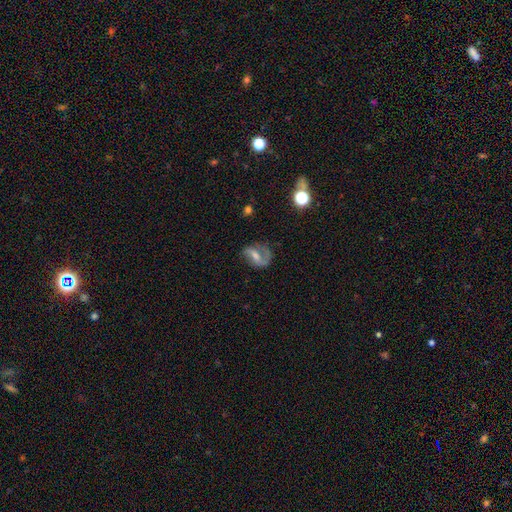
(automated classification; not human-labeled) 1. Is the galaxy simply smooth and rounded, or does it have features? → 69% featured or disk, 21% smooth, 10% star or artifact.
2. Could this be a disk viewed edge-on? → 96% no, 4% yes.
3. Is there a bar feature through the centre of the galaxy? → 43% weak, 33% strong, 25% no.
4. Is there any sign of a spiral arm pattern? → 85% yes, 15% no.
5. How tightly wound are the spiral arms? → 43% medium, 37% loose, 21% tight.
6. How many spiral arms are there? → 62% 2, 26% 1, 9% can't tell, 1% 3, 1% 4, 1% more than 4.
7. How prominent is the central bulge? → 45% moderate, 37% small, 10% none, 6% large, 1% dominant.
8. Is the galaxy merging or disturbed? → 58% none, 21% minor disturbance, 18% major disturbance, 3% merger.